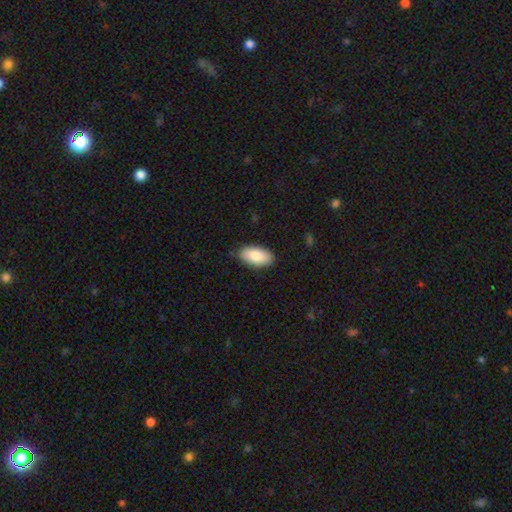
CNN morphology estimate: type=smooth (82%); roundness=in between (94%); merging=none (85%).